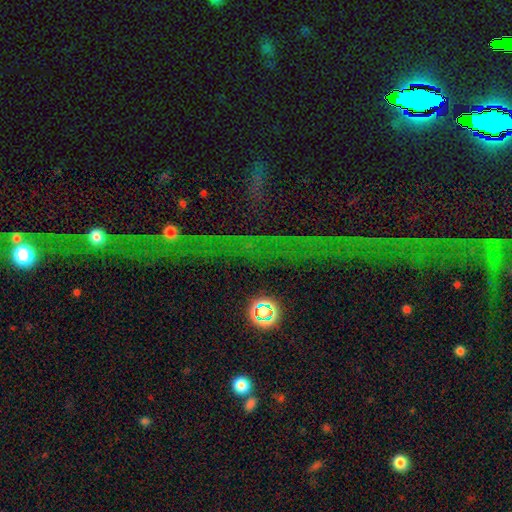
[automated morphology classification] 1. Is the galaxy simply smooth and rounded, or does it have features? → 71% star or artifact, 14% featured or disk, 14% smooth.